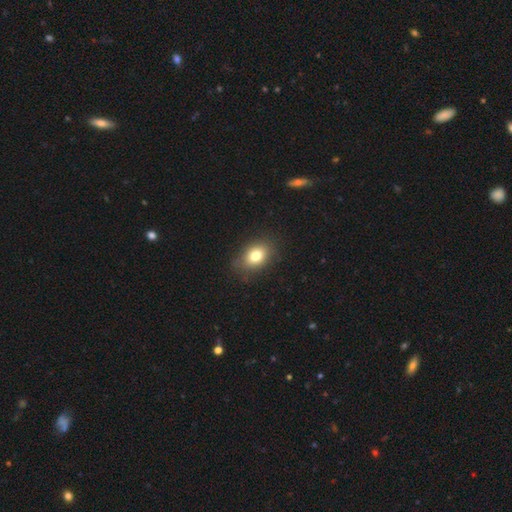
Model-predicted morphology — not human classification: type=smooth (78%); roundness=in between (72%); merging=none (81%).